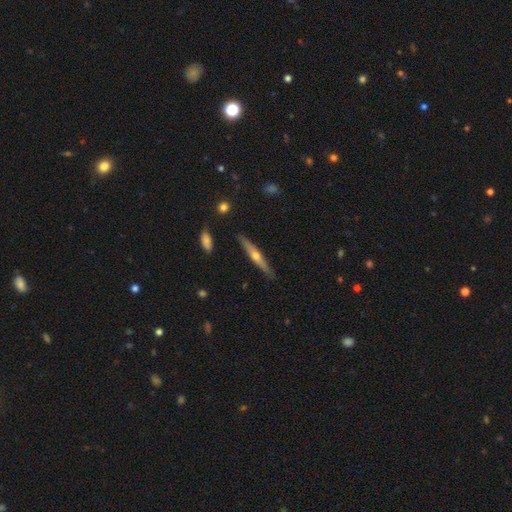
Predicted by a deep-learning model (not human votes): This is likely a featured or disk galaxy (68%). It is clearly viewed edge-on (96%). Edge-on bulge: clearly rounded (90%). Merging: clearly none (88%).